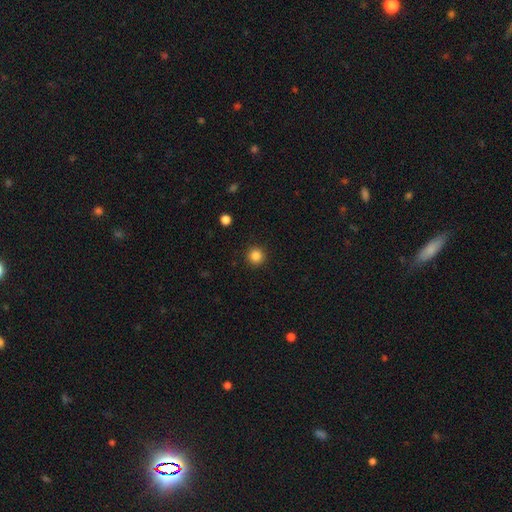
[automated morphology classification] The model was most divided on "smooth or featured": smooth: 85%, star or artifact: 11%, featured or disk: 4%. More confident: how rounded — round (95%); merging — none (92%).